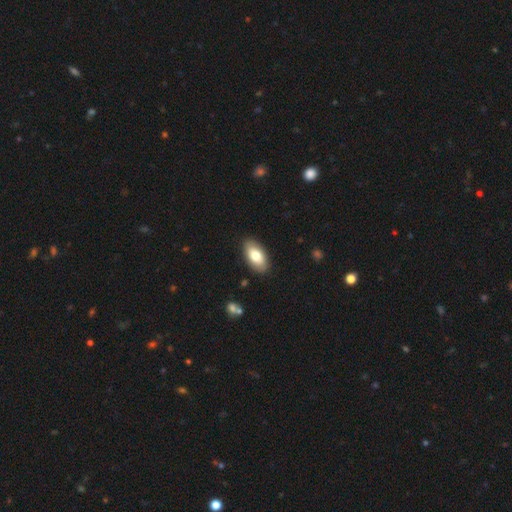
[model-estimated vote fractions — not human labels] A smooth galaxy with no disk features (76%) that is in between round and cigar-shaped (94%).

Vote fractions:
- Smooth or featured? smooth: 76% / featured or disk: 18% / star or artifact: 6%
- How rounded? in between: 94% / cigar-shaped: 4% / round: 3%
- Merging? none: 88% / minor disturbance: 9% / major disturbance: 2% / merger: 1%